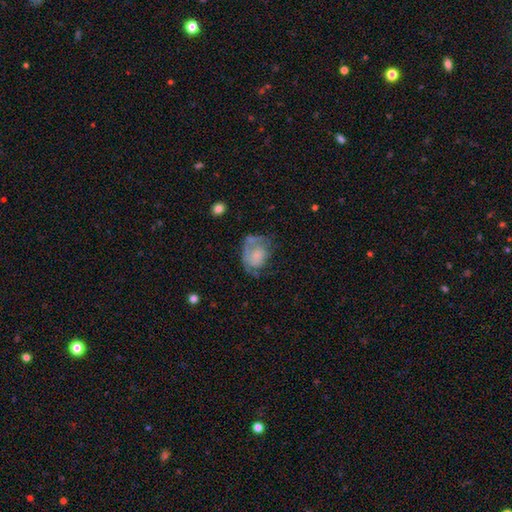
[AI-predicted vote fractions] Q: Smooth or featured?
A: featured or disk (49%); runner-up: smooth (42%)
Q: Merging?
A: major disturbance (36%); runner-up: none (32%)